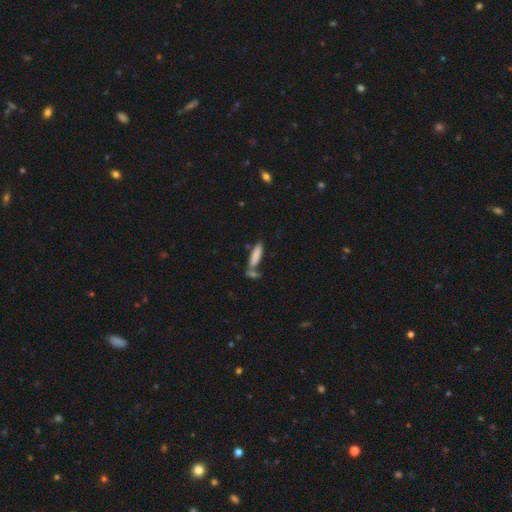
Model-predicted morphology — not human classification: The model was most divided on "merging": none: 52%, merger: 29%, minor disturbance: 14%, major disturbance: 5%. More confident: smooth or featured — smooth (81%); how rounded — cigar-shaped (64%).